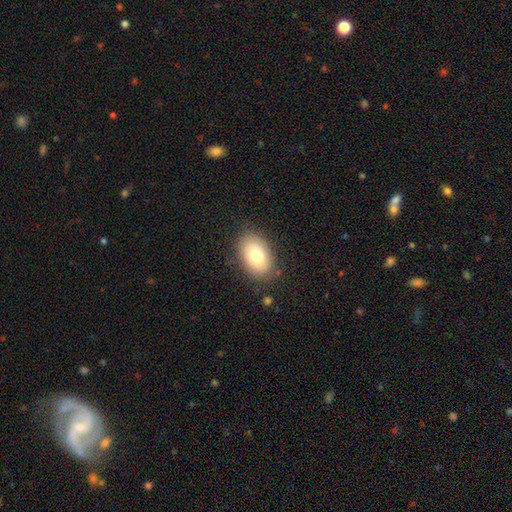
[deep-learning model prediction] Smooth or featured: smooth — 77% (featured or disk — 15%)
How rounded: in between — 87% (round — 12%)
Merging: none — 83% (minor disturbance — 12%)